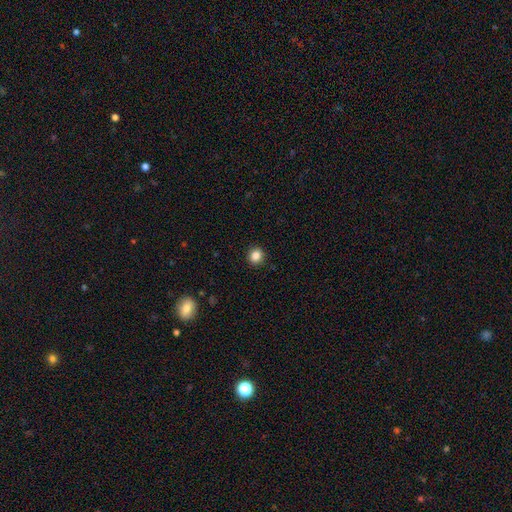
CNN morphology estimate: smooth-or-featured: smooth: 85% | star or artifact: 11% | featured or disk: 4%
  how-rounded: round: 84% | in between: 15% | cigar-shaped: 1%
  merging: none: 91% | minor disturbance: 6% | major disturbance: 2% | merger: 1%